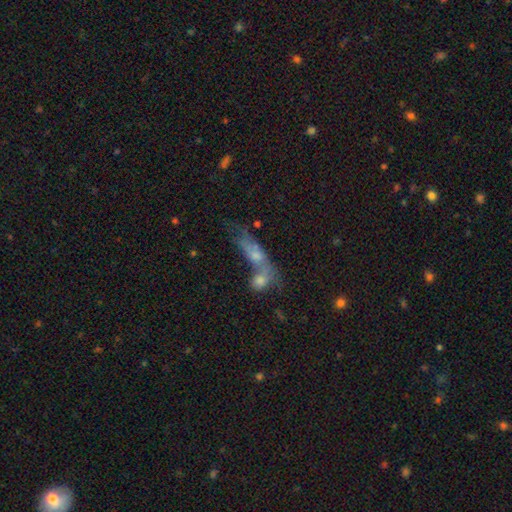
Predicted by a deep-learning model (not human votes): Smooth or featured?
  - smooth: 45% *
  - featured or disk: 40%
  - star or artifact: 15%
Merging?
  - merger: 52% *
  - none: 28%
  - minor disturbance: 11%
  - major disturbance: 9%